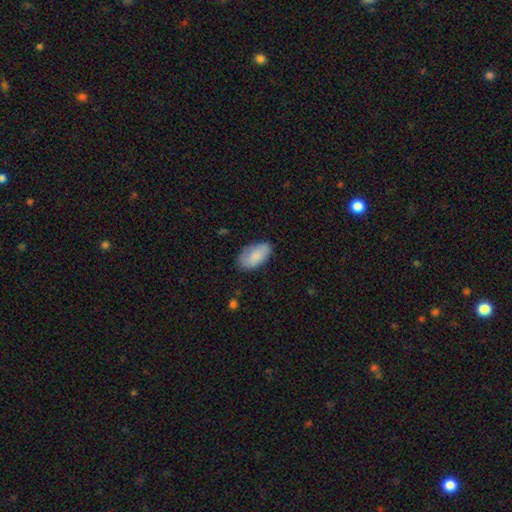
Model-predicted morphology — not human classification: A smooth galaxy with no disk features (84%) that is in between round and cigar-shaped (95%). Merging: none (75%).